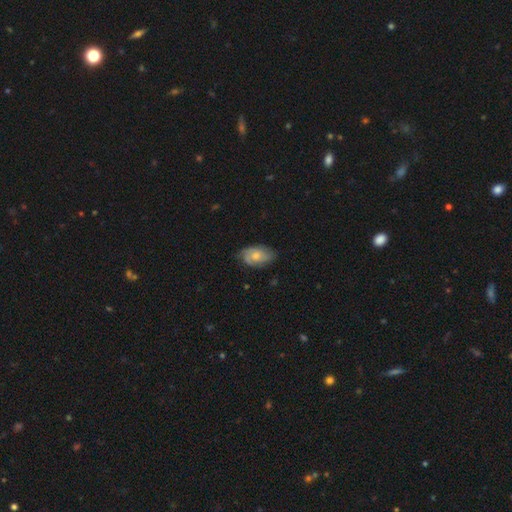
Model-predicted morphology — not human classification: A smooth galaxy with no disk features (50%) that is in between round and cigar-shaped (89%). Merging: none (68%).